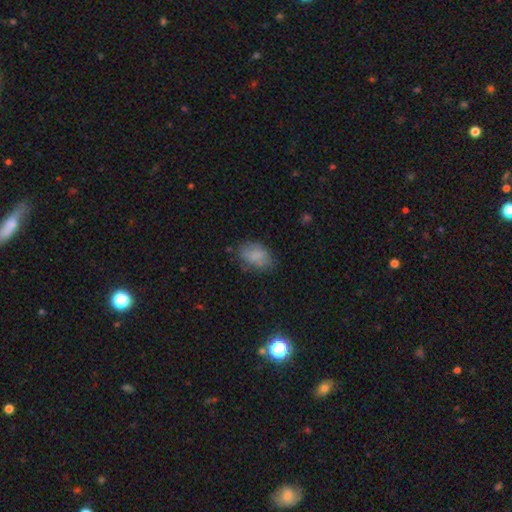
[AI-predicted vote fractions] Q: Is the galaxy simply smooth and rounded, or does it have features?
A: smooth — 77%.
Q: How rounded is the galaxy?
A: in between — 82%.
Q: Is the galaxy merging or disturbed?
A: none — 65%.